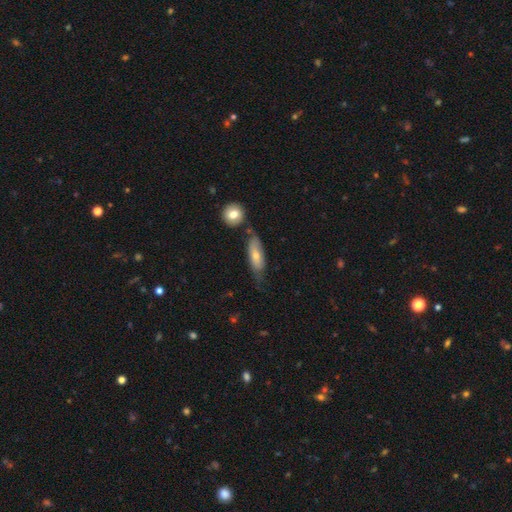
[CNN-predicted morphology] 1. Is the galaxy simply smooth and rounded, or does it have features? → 58% smooth, 34% featured or disk, 7% star or artifact.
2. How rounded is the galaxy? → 58% in between, 39% cigar-shaped, 3% round.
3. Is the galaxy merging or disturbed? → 59% none, 26% minor disturbance, 8% merger, 8% major disturbance.